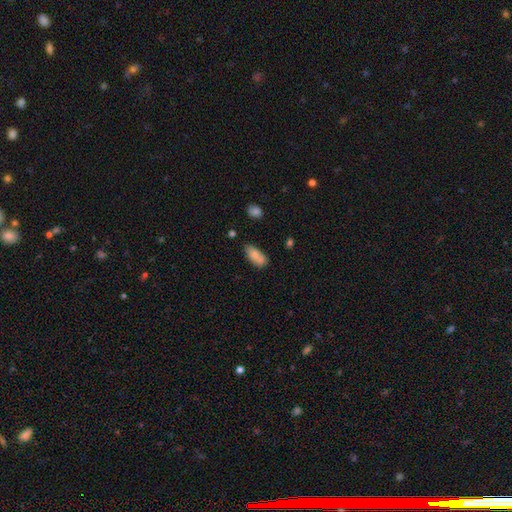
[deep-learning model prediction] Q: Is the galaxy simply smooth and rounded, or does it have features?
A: smooth — 83%.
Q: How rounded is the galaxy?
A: in between — 86%.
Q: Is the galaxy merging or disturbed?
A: none — 63%.